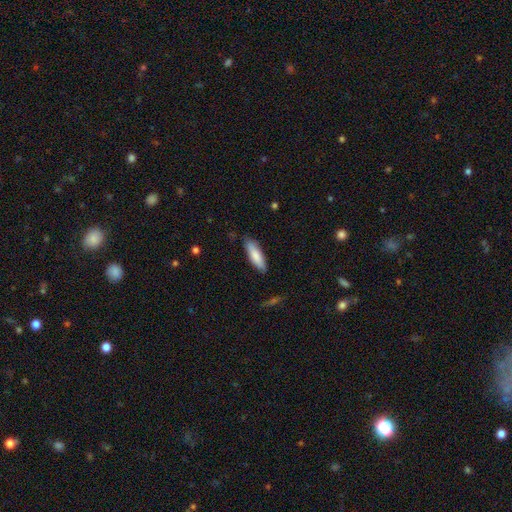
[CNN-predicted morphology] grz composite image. It shows a smooth galaxy with no disk features (84%) that is cigar-shaped (50%). Merging: none (83%).